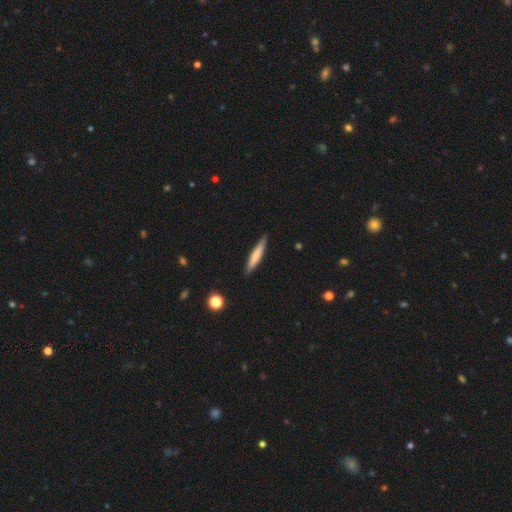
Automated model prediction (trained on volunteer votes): Smooth or featured? smooth (70%)
How rounded? cigar-shaped (91%)
Merging? none (86%)